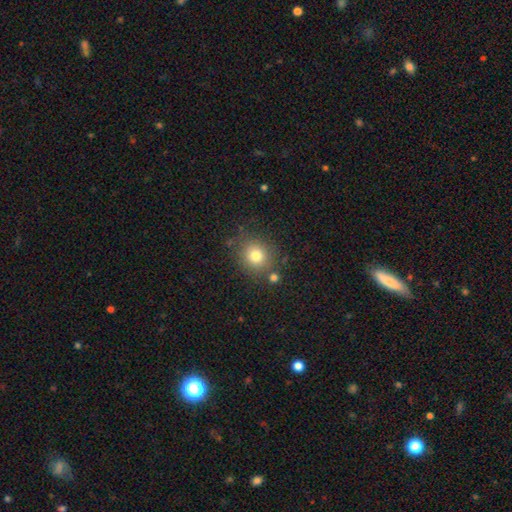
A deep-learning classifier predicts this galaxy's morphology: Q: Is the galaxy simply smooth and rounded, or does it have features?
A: smooth — 77%.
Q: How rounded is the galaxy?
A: round — 84%.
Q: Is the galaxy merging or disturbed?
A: none — 79%.